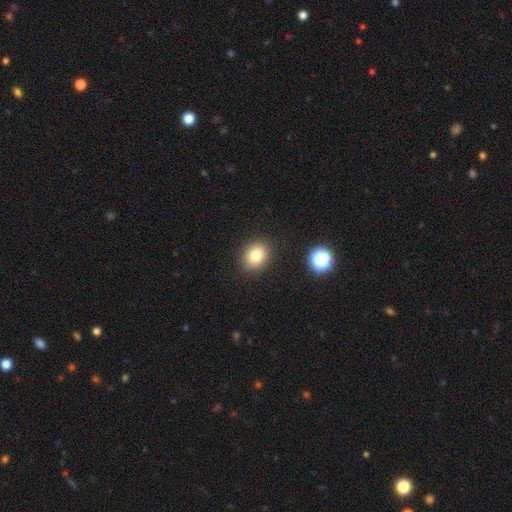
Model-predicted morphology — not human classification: A smooth galaxy with no disk features (80%) that is round (58%).

Vote fractions:
- Smooth or featured? smooth: 80% / star or artifact: 12% / featured or disk: 8%
- How rounded? round: 58% / in between: 41% / cigar-shaped: 1%
- Merging? none: 89% / minor disturbance: 7% / major disturbance: 2% / merger: 2%